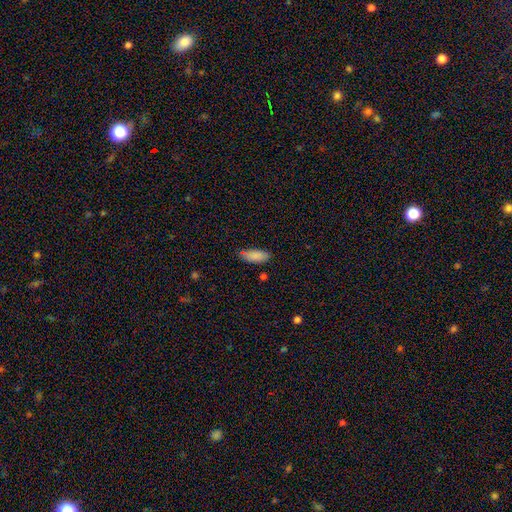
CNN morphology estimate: Smooth or featured? Predicted: smooth (p=0.87). How rounded? Predicted: in between (p=0.82). Merging? Predicted: none (p=0.75).